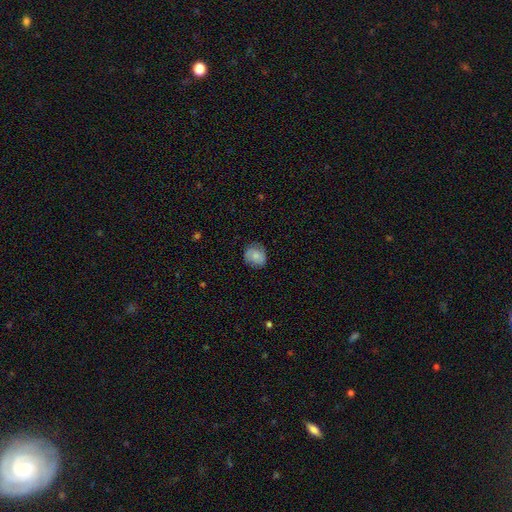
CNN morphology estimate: A smooth galaxy with no disk features (72%) that is round (69%). Merging: none (76%).